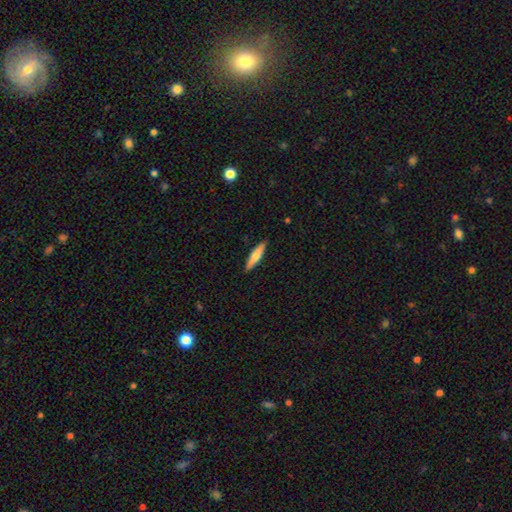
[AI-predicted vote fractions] Q: Smooth or featured?
A: smooth (65%); runner-up: featured or disk (29%)
Q: How rounded?
A: cigar-shaped (82%); runner-up: in between (16%)
Q: Merging?
A: none (90%); runner-up: minor disturbance (7%)